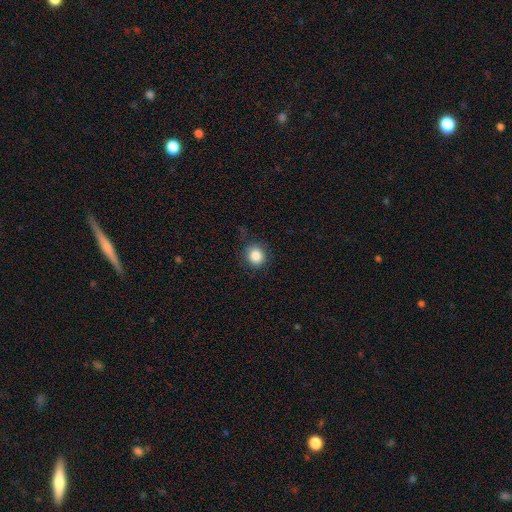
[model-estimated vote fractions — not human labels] smooth_or_featured: smooth (p=0.85) [alt: star or artifact p=0.10]
how_rounded: round (p=0.85) [alt: in between p=0.14]
merging: none (p=0.85) [alt: minor disturbance p=0.11]